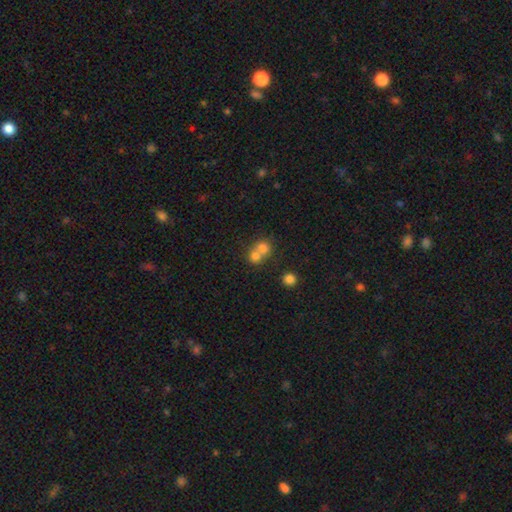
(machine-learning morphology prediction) This appears to be a smooth galaxy with no disk features (73%) that is round (81%). Merging: merger (60%).